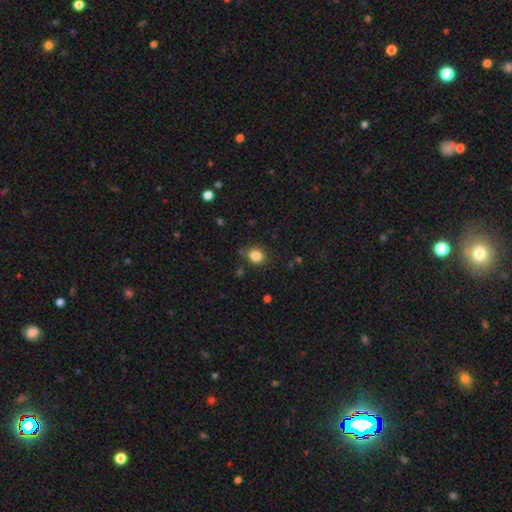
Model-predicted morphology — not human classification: A smooth galaxy with no disk features (84%) that is round (66%). Merging: none (82%).